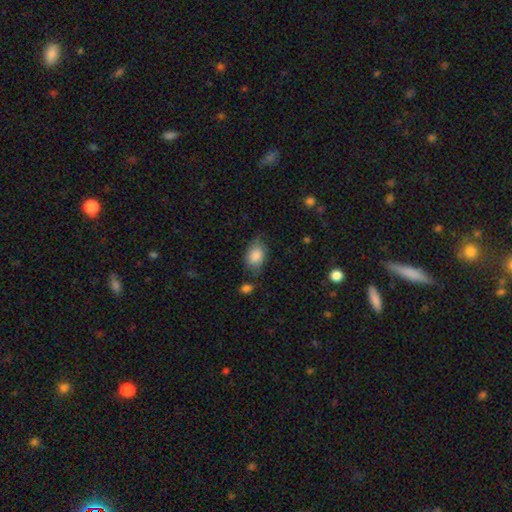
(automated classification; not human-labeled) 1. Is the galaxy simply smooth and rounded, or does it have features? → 84% smooth, 9% featured or disk, 7% star or artifact.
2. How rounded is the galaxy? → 85% in between, 14% round, 2% cigar-shaped.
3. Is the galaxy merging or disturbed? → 60% none, 28% minor disturbance, 8% major disturbance, 4% merger.